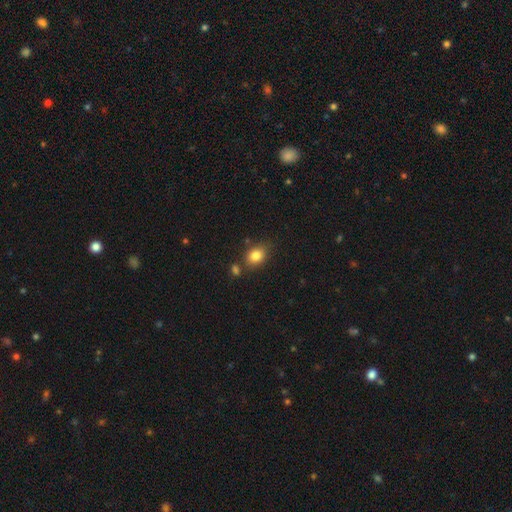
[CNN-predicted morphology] A smooth galaxy with no disk features (84%) that is in between round and cigar-shaped (61%). Merging: none (71%).